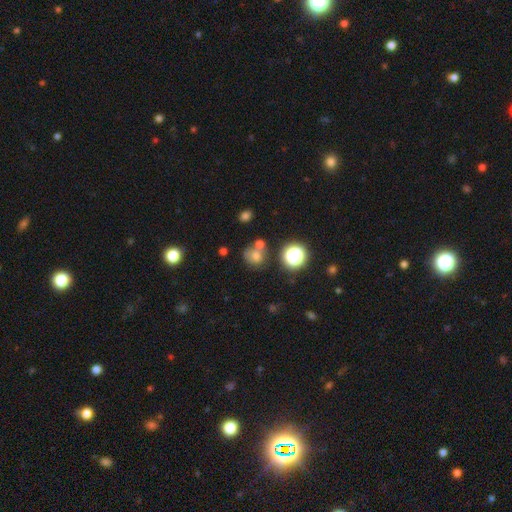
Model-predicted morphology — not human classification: smooth-or-featured: smooth: 65% | star or artifact: 21% | featured or disk: 14%
  how-rounded: round: 76% | in between: 23% | cigar-shaped: 1%
  merging: none: 50% | merger: 27% | minor disturbance: 15% | major disturbance: 8%